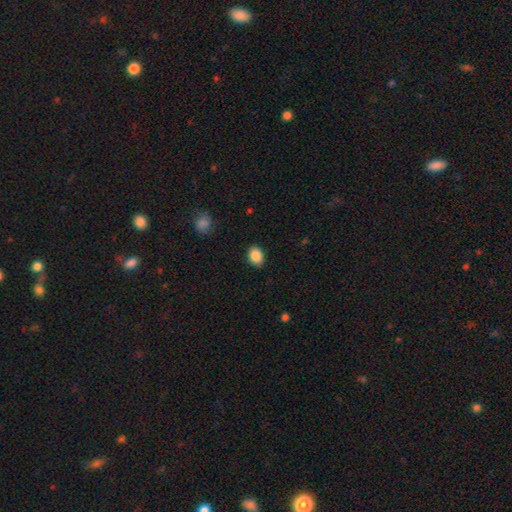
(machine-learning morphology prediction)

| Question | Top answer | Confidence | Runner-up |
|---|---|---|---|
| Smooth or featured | smooth | 88% | star or artifact (8%) |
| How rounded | in between | 64% | round (35%) |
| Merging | none | 87% | minor disturbance (9%) |